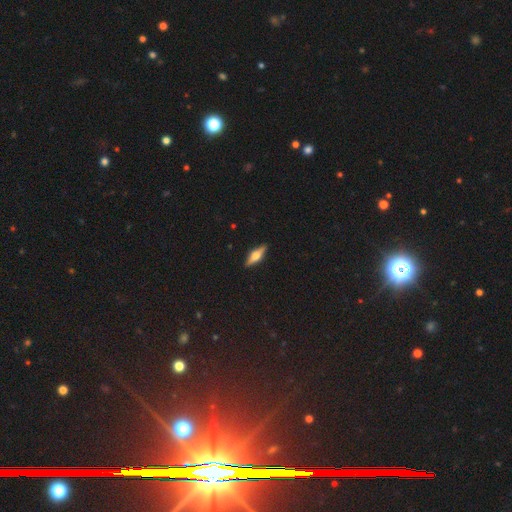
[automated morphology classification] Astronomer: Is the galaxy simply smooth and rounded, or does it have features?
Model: featured or disk — 64%.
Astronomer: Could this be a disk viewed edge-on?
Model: yes — 95%.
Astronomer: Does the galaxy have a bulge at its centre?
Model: rounded — 92%.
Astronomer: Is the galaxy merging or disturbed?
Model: none — 90%.